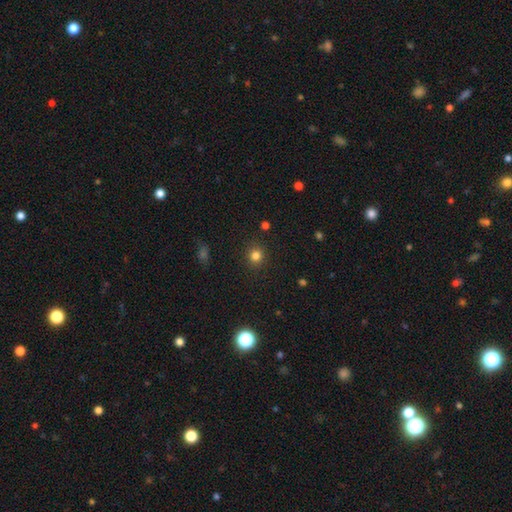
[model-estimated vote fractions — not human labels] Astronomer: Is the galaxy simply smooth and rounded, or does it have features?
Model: smooth — 81%.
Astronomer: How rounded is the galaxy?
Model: round — 90%.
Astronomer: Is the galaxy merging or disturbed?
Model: none — 90%.